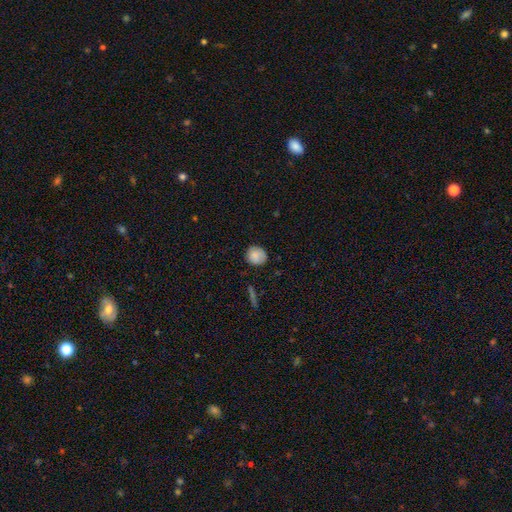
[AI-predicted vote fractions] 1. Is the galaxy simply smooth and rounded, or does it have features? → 83% smooth, 9% featured or disk, 8% star or artifact.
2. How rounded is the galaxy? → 86% round, 13% in between, 1% cigar-shaped.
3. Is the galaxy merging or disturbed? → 81% none, 15% minor disturbance, 3% major disturbance, 1% merger.